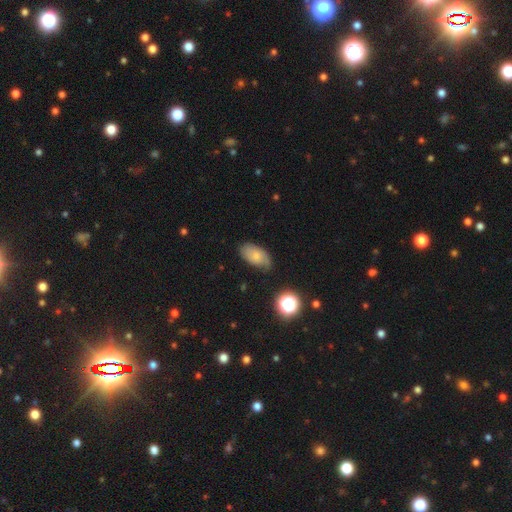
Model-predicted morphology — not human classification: A smooth galaxy with no disk features (67%) that is in between round and cigar-shaped (91%). Merging: none (65%).